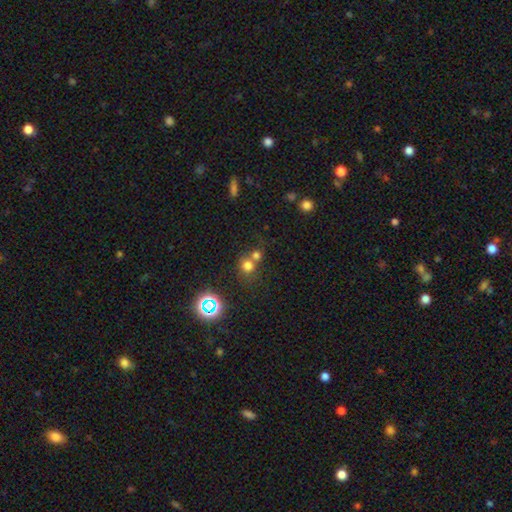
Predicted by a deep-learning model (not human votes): Smooth or featured?
  - smooth: 52% *
  - star or artifact: 39%
  - featured or disk: 10%
How rounded?
  - round: 79% *
  - in between: 18%
  - cigar-shaped: 3%
Merging?
  - none: 70% *
  - merger: 16%
  - minor disturbance: 9%
  - major disturbance: 5%